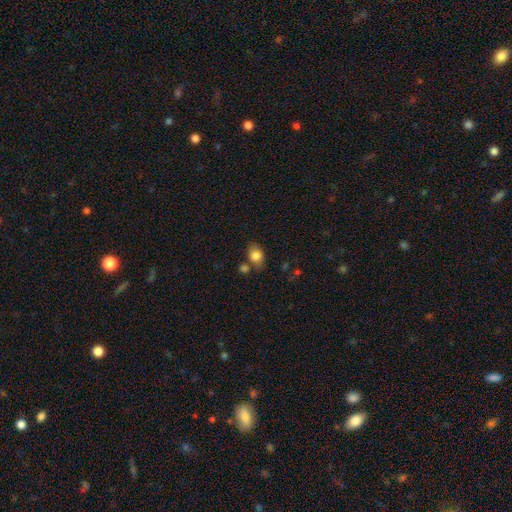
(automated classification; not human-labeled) A smooth galaxy with no disk features (82%) that is in between round and cigar-shaped (69%).

Vote fractions:
- Smooth or featured? smooth: 82% / featured or disk: 9% / star or artifact: 9%
- How rounded? in between: 69% / round: 30% / cigar-shaped: 1%
- Merging? none: 63% / minor disturbance: 18% / merger: 14% / major disturbance: 5%